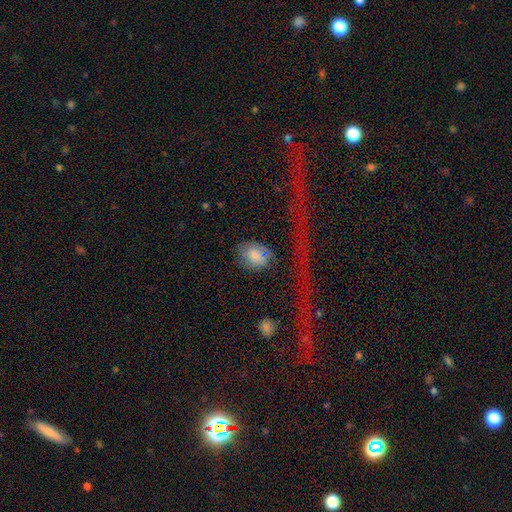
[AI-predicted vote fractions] Smooth or featured?
  - smooth: 77% *
  - featured or disk: 15%
  - star or artifact: 9%
How rounded?
  - in between: 61% *
  - round: 37%
  - cigar-shaped: 2%
Merging?
  - none: 54% *
  - minor disturbance: 21%
  - major disturbance: 16%
  - merger: 9%